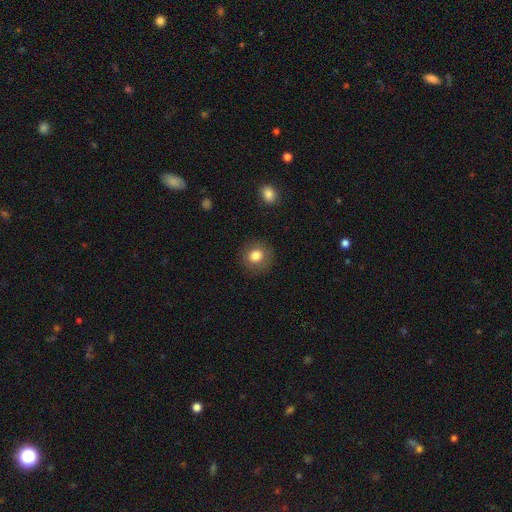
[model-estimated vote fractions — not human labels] The model was most divided on "how rounded": round: 83%, in between: 16%, cigar-shaped: 1%. More confident: merging — none (87%); smooth or featured — smooth (81%).